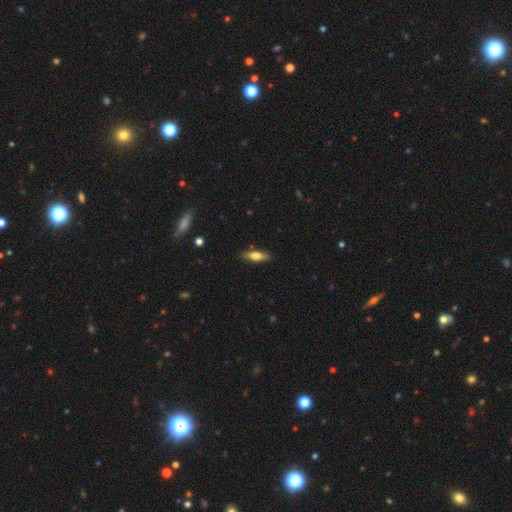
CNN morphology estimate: A smooth galaxy with no disk features (65%) that is cigar-shaped (55%).

Vote fractions:
- Smooth or featured? smooth: 65% / featured or disk: 28% / star or artifact: 6%
- How rounded? cigar-shaped: 55% / in between: 43% / round: 2%
- Merging? none: 86% / minor disturbance: 10% / major disturbance: 2% / merger: 2%